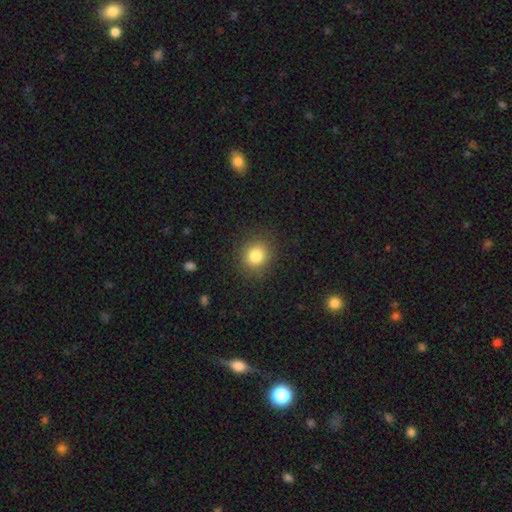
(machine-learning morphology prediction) Smooth or featured? smooth (83%)
How rounded? round (79%)
Merging? none (88%)